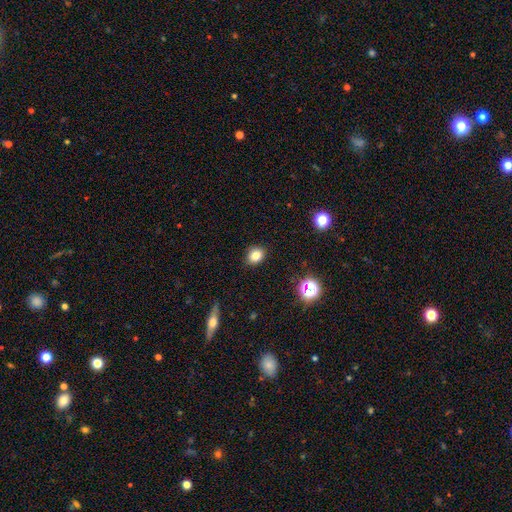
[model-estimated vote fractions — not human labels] Smooth or featured: smooth — 82% (star or artifact — 12%)
How rounded: round — 51% (in between — 48%)
Merging: none — 88% (minor disturbance — 9%)